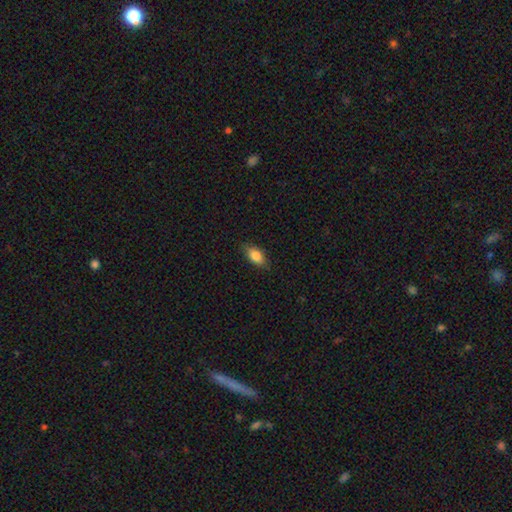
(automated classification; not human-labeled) The model was most divided on "merging": none: 84%, minor disturbance: 13%, major disturbance: 2%, merger: 1%. More confident: how rounded — in between (87%); smooth or featured — smooth (82%).